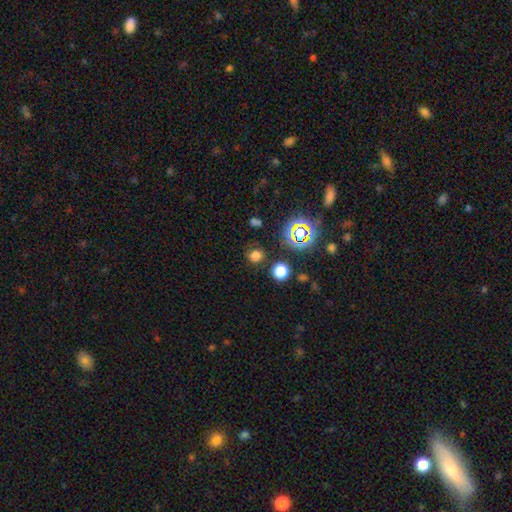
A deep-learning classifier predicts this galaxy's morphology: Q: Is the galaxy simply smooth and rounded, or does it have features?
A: smooth — 70%.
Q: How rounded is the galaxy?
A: round — 81%.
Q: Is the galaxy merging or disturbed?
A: none — 80%.